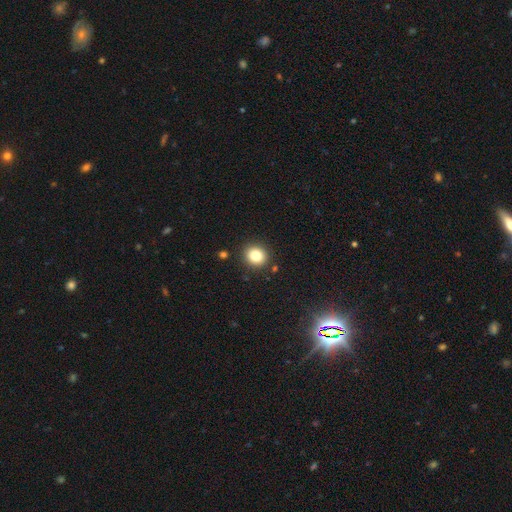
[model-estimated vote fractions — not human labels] Smooth or featured?
  - smooth: 82% *
  - star or artifact: 11%
  - featured or disk: 7%
How rounded?
  - round: 82% *
  - in between: 17%
  - cigar-shaped: 1%
Merging?
  - none: 89% *
  - minor disturbance: 7%
  - major disturbance: 2%
  - merger: 2%